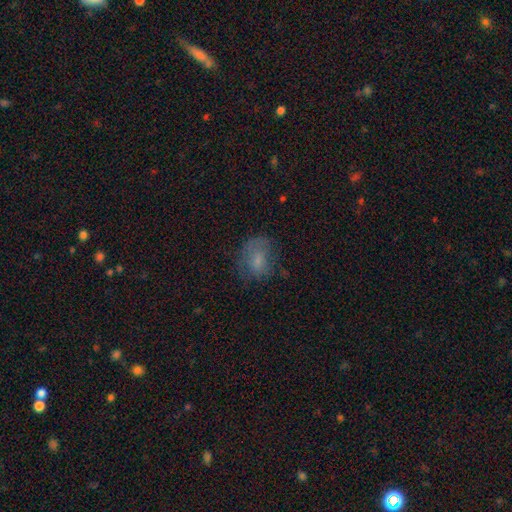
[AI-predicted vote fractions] Smooth or featured? smooth (58%)
How rounded? in between (50%)
Merging? none (62%)